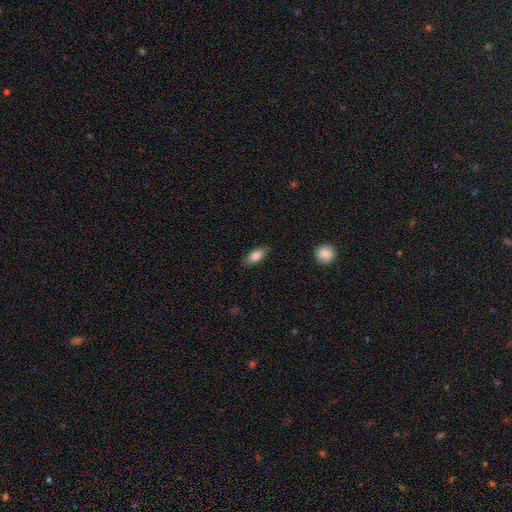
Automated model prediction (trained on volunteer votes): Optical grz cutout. It shows a smooth galaxy with no disk features (81%) that is in between round and cigar-shaped (85%). Merging: none (82%).